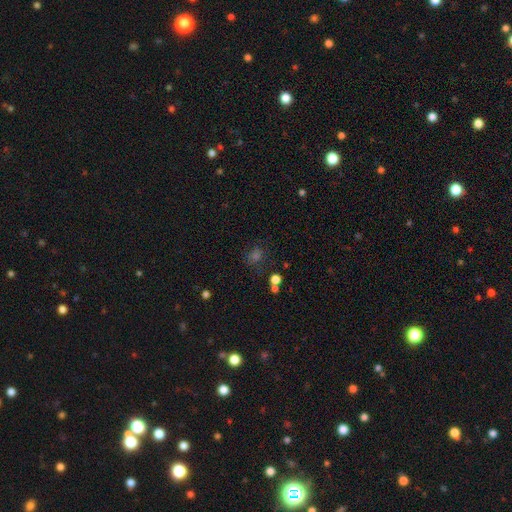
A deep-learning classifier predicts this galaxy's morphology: A smooth galaxy with no disk features (50%). Merging: none (76%).